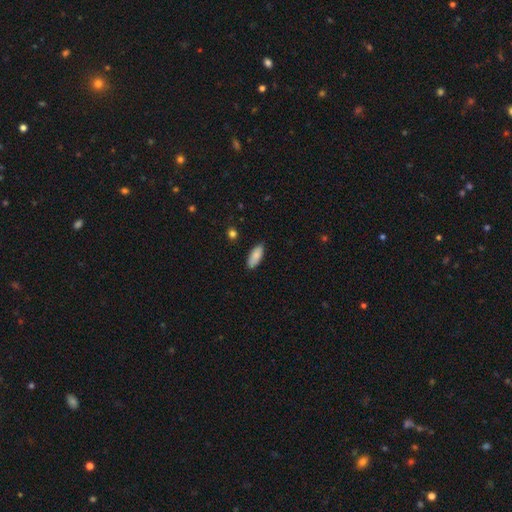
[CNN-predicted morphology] type=smooth (85%); roundness=in between (80%); merging=none (83%).